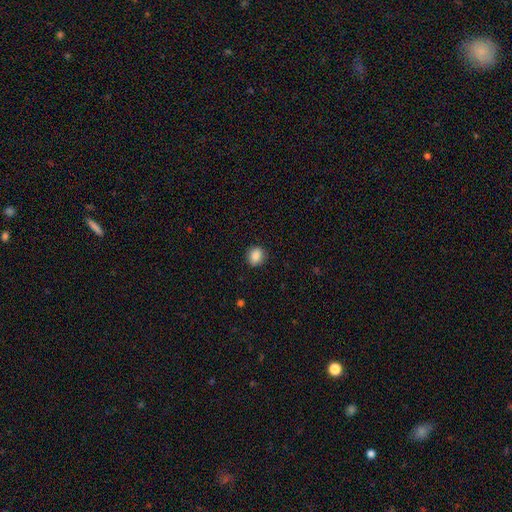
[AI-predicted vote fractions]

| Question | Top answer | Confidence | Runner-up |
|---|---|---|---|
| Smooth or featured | smooth | 87% | star or artifact (9%) |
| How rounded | round | 66% | in between (33%) |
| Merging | none | 88% | minor disturbance (9%) |